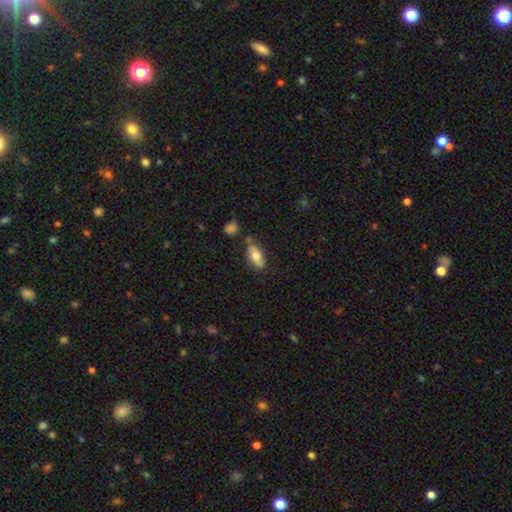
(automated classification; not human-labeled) This appears to be a smooth galaxy with no disk features (67%) that is in between round and cigar-shaped (83%). Merging: none (66%).